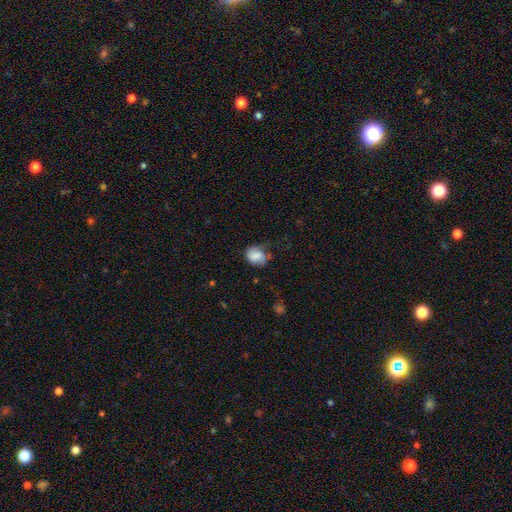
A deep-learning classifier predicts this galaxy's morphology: Q: Smooth or featured?
A: smooth (84%); runner-up: star or artifact (8%)
Q: How rounded?
A: round (52%); runner-up: in between (47%)
Q: Merging?
A: none (54%); runner-up: minor disturbance (32%)